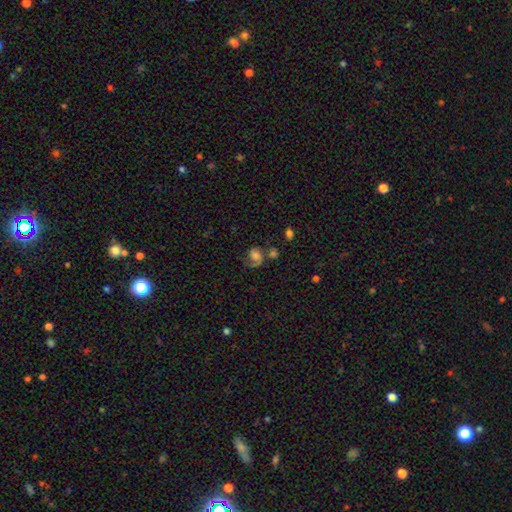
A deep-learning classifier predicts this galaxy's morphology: This appears to be a featured or disk galaxy (50%). Merging: none (40%).